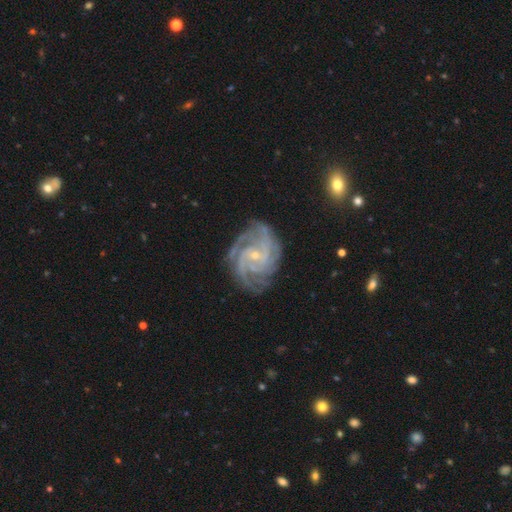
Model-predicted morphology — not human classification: Smooth or featured?
  - featured or disk: 92% *
  - star or artifact: 5%
  - smooth: 4%
Edge-on disk?
  - no: 98% *
  - yes: 2%
Bar?
  - no: 58% *
  - weak: 33%
  - strong: 9%
Spiral arms?
  - yes: 98% *
  - no: 2%
Spiral winding?
  - tight: 62% *
  - medium: 33%
  - loose: 5%
Spiral arm count?
  - 3: 29% *
  - 4: 26%
  - 2: 15%
  - can't tell: 14%
  - more than 4: 8%
  - 1: 7%
Bulge size?
  - small: 81% *
  - moderate: 16%
  - none: 2%
  - large: 1%
  - dominant: 1%
Merging?
  - none: 76% *
  - minor disturbance: 16%
  - major disturbance: 6%
  - merger: 1%